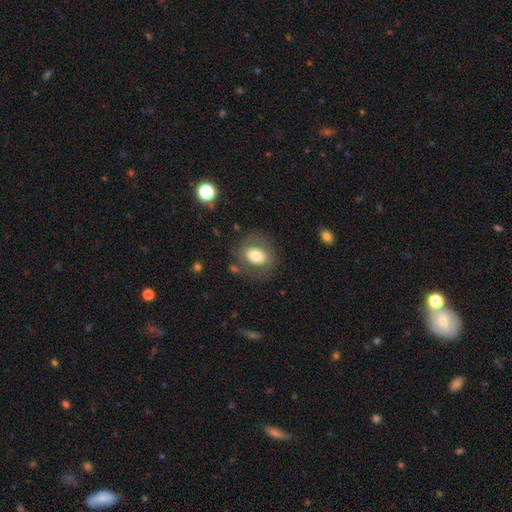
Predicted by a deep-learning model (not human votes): A smooth galaxy with no disk features (68%) that is in between round and cigar-shaped (56%).

Vote fractions:
- Smooth or featured? smooth: 68% / featured or disk: 23% / star or artifact: 9%
- How rounded? in between: 56% / round: 42% / cigar-shaped: 1%
- Merging? none: 73% / minor disturbance: 15% / major disturbance: 9% / merger: 3%